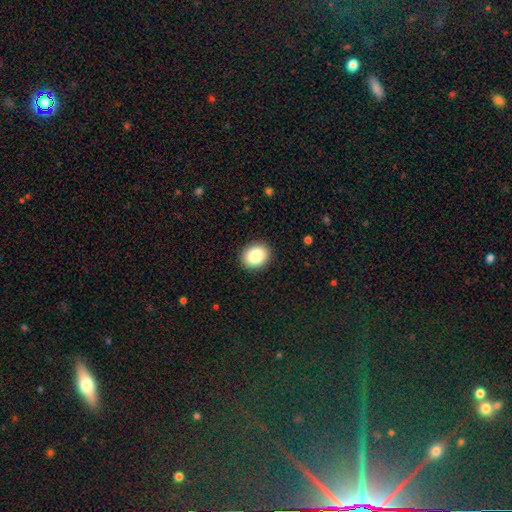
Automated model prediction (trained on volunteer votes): smooth 85%, star or artifact 8%, featured or disk 6%. Down the decision tree: how rounded — round (58%); merging — none (90%).